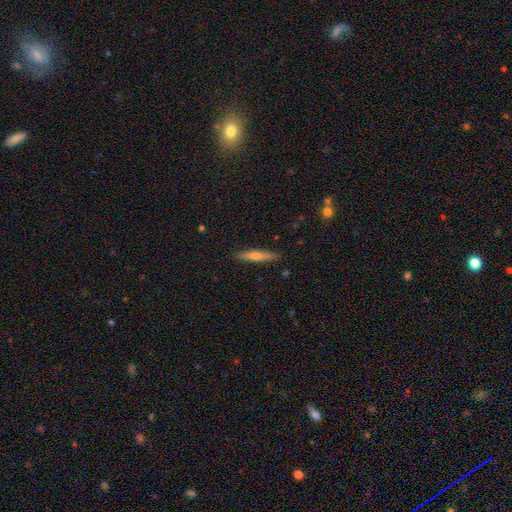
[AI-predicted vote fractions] The model was most divided on "smooth or featured": smooth: 47%, featured or disk: 46%, star or artifact: 7%. More confident: merging — none (90%).